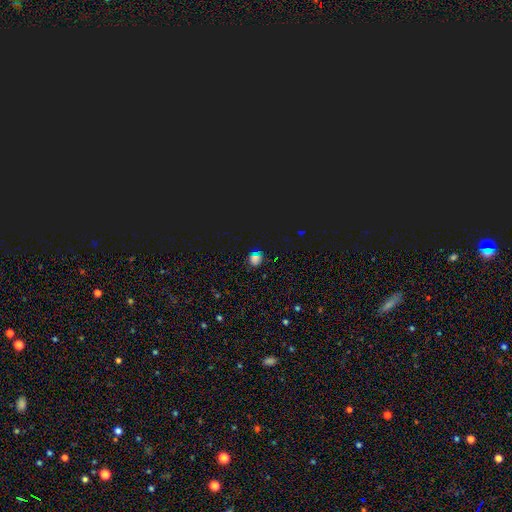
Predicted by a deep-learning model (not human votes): smooth-or-featured: star or artifact: 50% | smooth: 42% | featured or disk: 8%